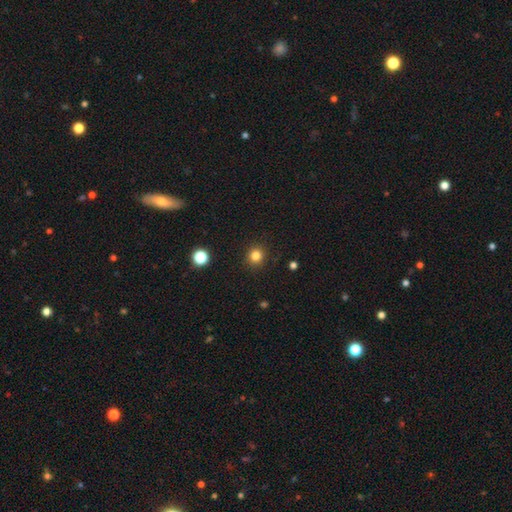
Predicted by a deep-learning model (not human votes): A smooth galaxy with no disk features (82%) that is round (90%).

Vote fractions:
- Smooth or featured? smooth: 82% / star or artifact: 13% / featured or disk: 5%
- How rounded? round: 90% / in between: 9% / cigar-shaped: 1%
- Merging? none: 91% / minor disturbance: 6% / major disturbance: 2% / merger: 1%